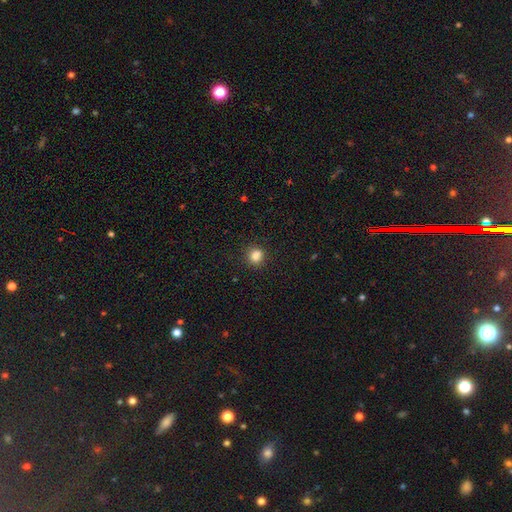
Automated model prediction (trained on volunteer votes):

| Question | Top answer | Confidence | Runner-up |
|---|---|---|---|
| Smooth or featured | smooth | 83% | star or artifact (12%) |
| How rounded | round | 77% | in between (22%) |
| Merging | none | 82% | minor disturbance (11%) |